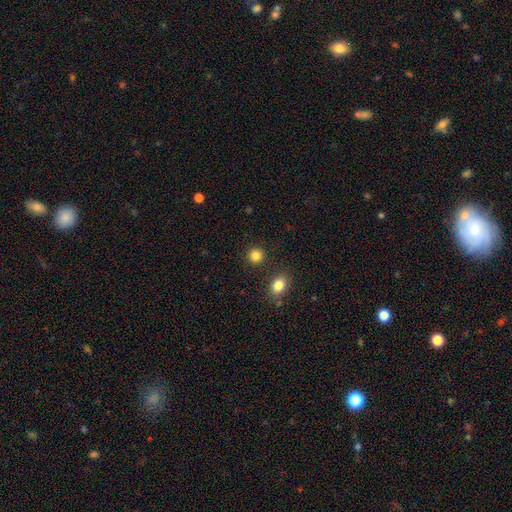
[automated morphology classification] A smooth galaxy with no disk features (84%) that is round (90%).

Vote fractions:
- Smooth or featured? smooth: 84% / star or artifact: 11% / featured or disk: 4%
- How rounded? round: 90% / in between: 9% / cigar-shaped: 1%
- Merging? none: 88% / minor disturbance: 6% / merger: 3% / major disturbance: 2%